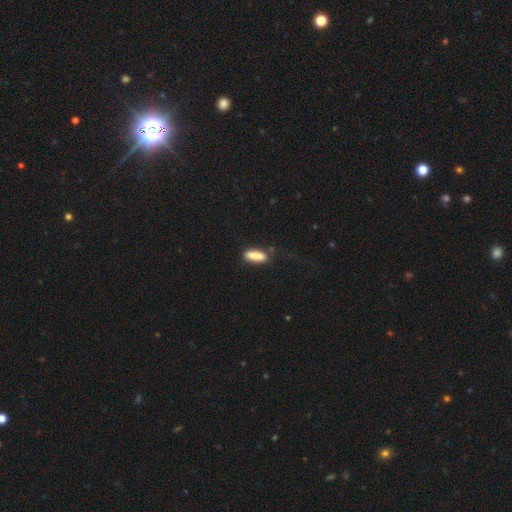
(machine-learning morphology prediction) Smooth or featured? smooth (86%)
How rounded? in between (56%)
Merging? none (74%)